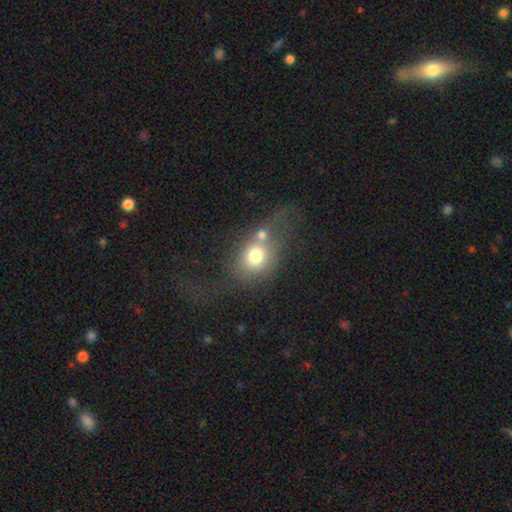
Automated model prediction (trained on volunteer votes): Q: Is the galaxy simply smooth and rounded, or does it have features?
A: smooth — 70%.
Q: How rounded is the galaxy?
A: round — 57%.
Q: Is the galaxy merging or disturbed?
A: merger — 45%.